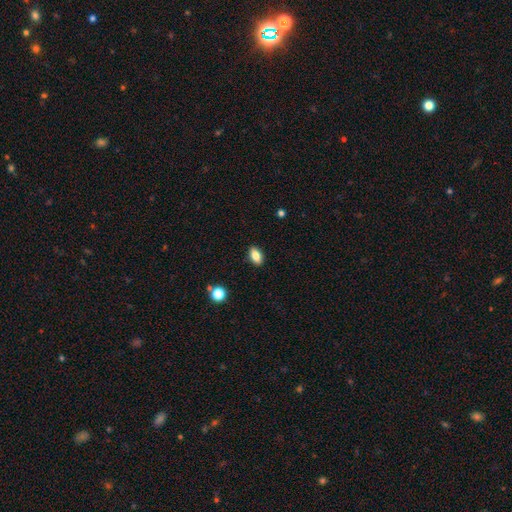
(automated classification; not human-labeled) A smooth galaxy with no disk features (83%) that is in between round and cigar-shaped (89%).

Vote fractions:
- Smooth or featured? smooth: 83% / star or artifact: 9% / featured or disk: 9%
- How rounded? in between: 89% / round: 7% / cigar-shaped: 4%
- Merging? none: 89% / minor disturbance: 8% / major disturbance: 2% / merger: 1%